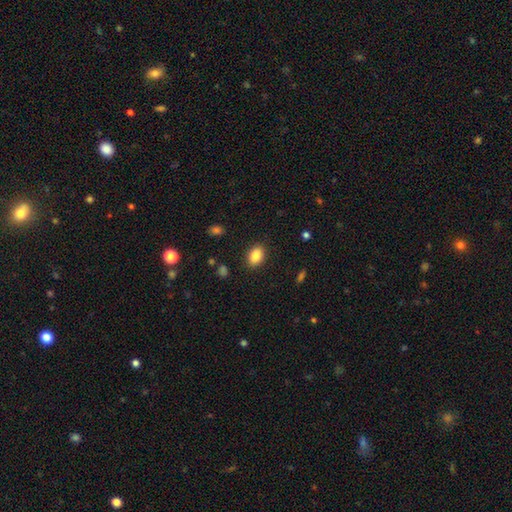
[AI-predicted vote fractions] This is clearly a smooth galaxy (86%). How rounded: clearly in between (83%). Merging: clearly none (88%).